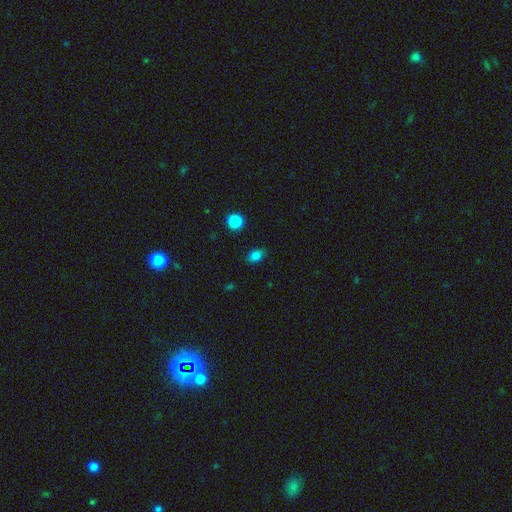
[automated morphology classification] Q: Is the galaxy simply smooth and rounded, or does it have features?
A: smooth — 82%.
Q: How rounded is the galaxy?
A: in between — 72%.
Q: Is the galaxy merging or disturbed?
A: none — 85%.